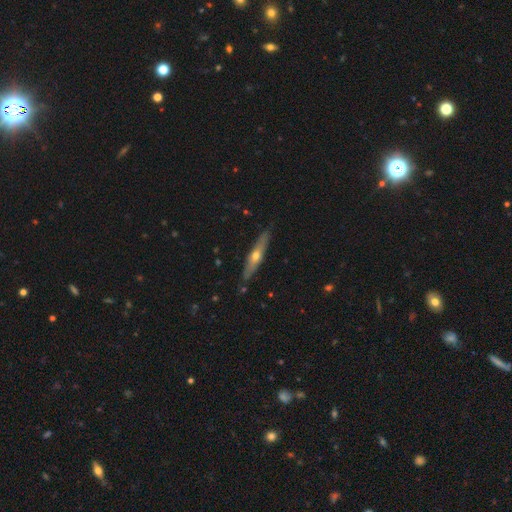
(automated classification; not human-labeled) Overall: featured or disk (64%; smooth 29%). Edge-on disk: yes (91%). Edge-on bulge: rounded (87%). Merging: none (88%).